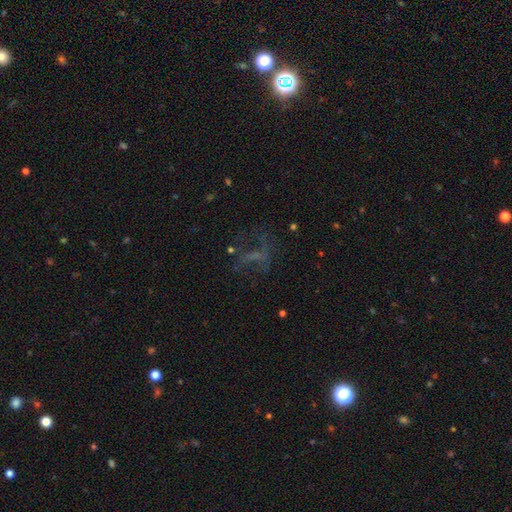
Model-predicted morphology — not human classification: Smooth or featured? featured or disk (42%)
Merging? none (46%)